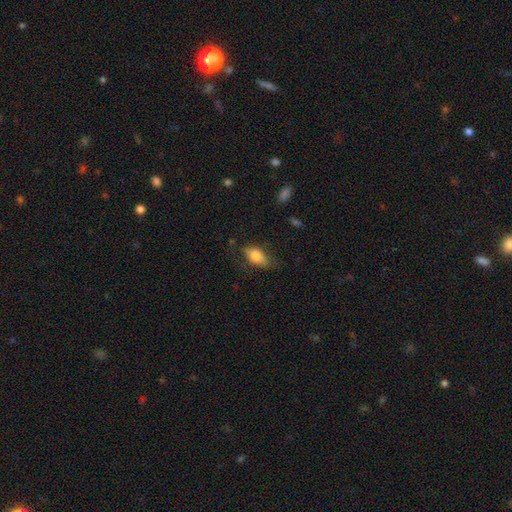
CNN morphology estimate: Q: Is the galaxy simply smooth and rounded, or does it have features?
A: smooth — 79%.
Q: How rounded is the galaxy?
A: in between — 88%.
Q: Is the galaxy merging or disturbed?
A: none — 65%.